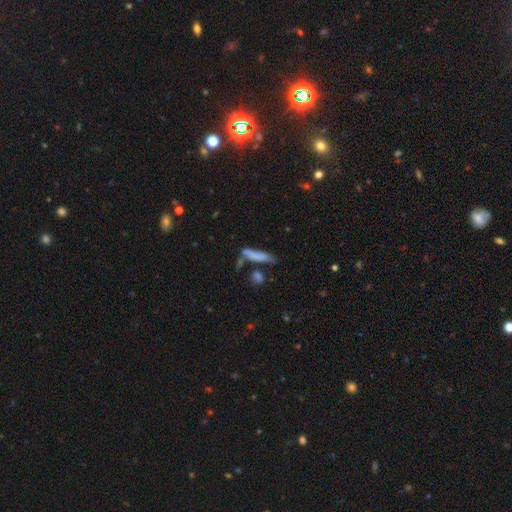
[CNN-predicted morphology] The model was most divided on "merging": none: 47%, minor disturbance: 21%, merger: 20%, major disturbance: 11%. More confident: how rounded — cigar-shaped (76%); smooth or featured — smooth (70%).